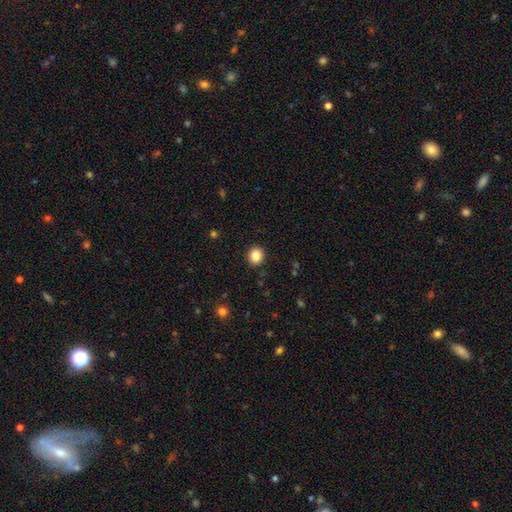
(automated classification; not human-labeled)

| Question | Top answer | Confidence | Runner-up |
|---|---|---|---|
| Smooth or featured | smooth | 85% | star or artifact (10%) |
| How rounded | round | 78% | in between (21%) |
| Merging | none | 91% | minor disturbance (6%) |